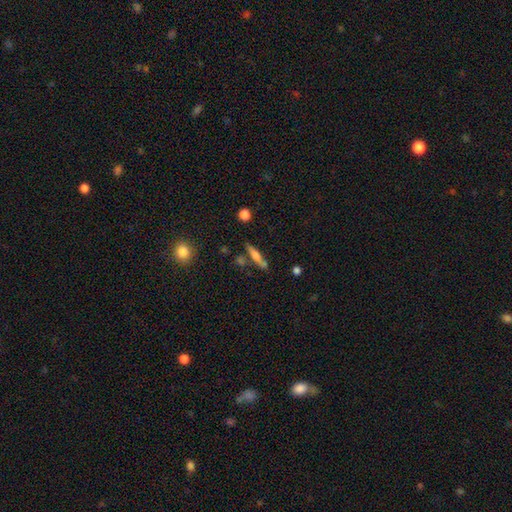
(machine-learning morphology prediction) The model was most divided on "smooth or featured": smooth: 51%, featured or disk: 40%, star or artifact: 9%. More confident: how rounded — cigar-shaped (82%); merging — none (71%).